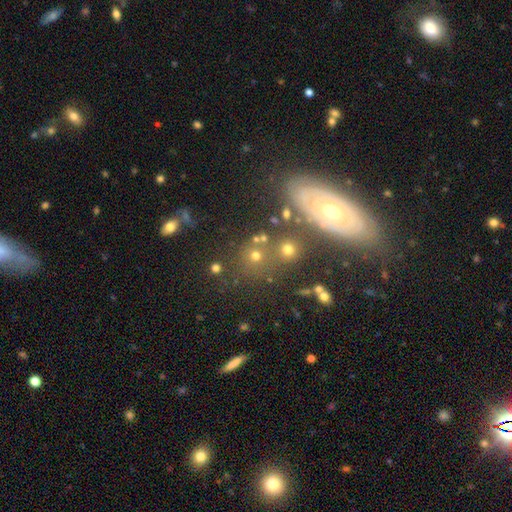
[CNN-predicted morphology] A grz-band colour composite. It shows a smooth galaxy with no disk features (63%) that is round (86%). Merging: none (68%).